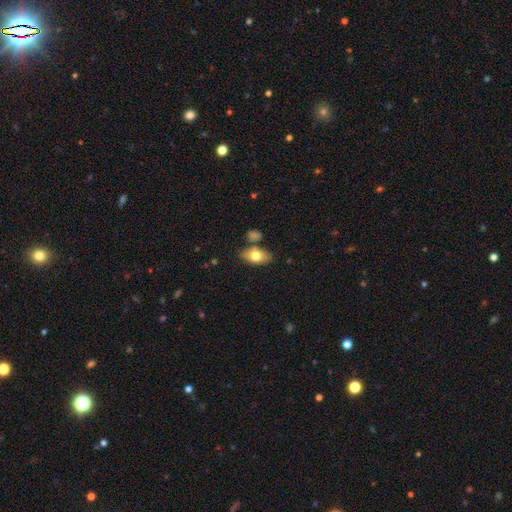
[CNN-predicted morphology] A smooth galaxy with no disk features (72%) that is in between round and cigar-shaped (89%). Merging: none (73%).